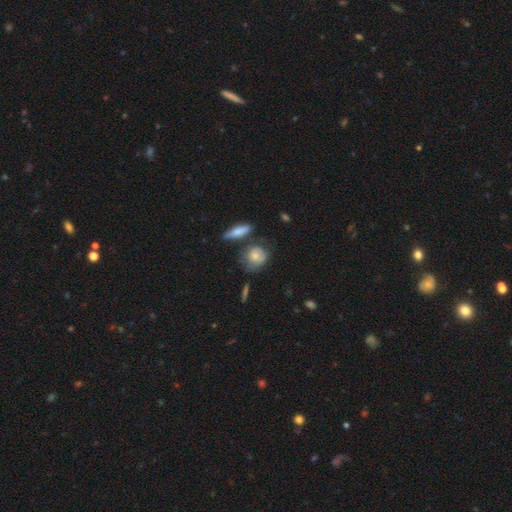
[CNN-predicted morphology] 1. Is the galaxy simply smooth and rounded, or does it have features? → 69% smooth, 23% featured or disk, 8% star or artifact.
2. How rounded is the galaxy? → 66% round, 31% in between, 4% cigar-shaped.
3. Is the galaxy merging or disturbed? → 52% none, 27% minor disturbance, 11% merger, 10% major disturbance.